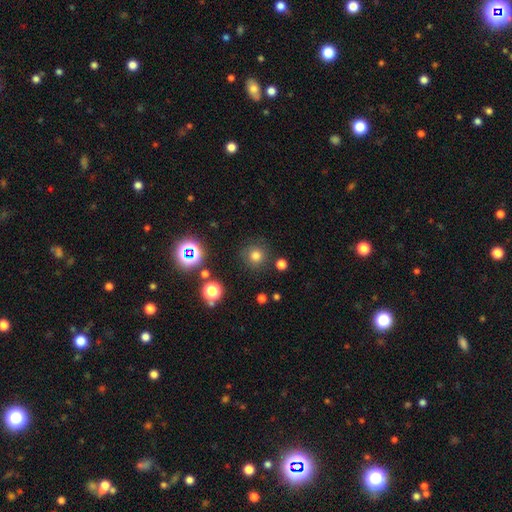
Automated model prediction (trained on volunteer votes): This is likely a smooth galaxy (74%). How rounded: clearly round (94%). Merging: clearly none (85%).